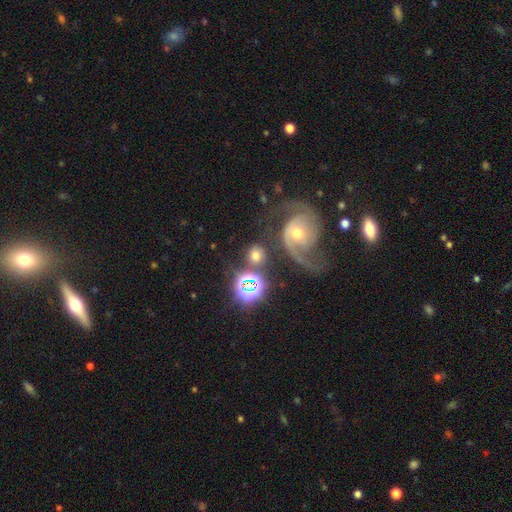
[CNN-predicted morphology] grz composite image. It shows a smooth galaxy with no disk features (50%) that is round (77%). Merging: none (59%).